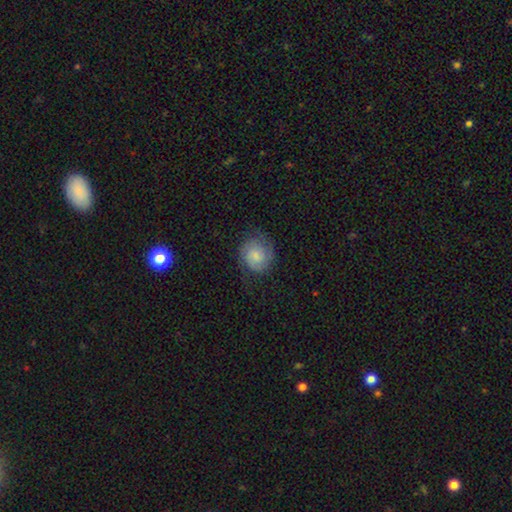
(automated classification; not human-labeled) Smooth or featured? Predicted: featured or disk (p=0.49). Merging? Predicted: none (p=0.70).